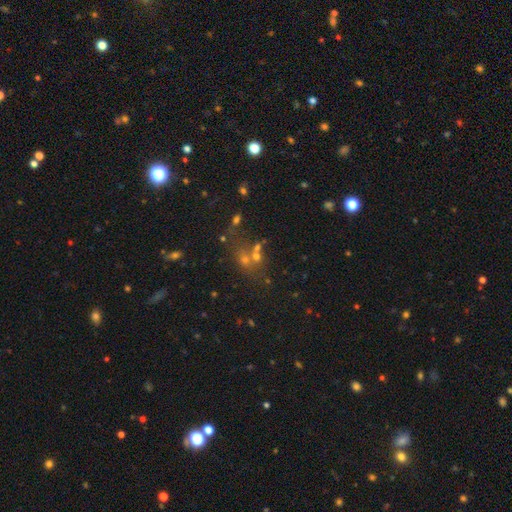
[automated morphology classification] Smooth or featured? smooth (42%)
Merging? none (43%)